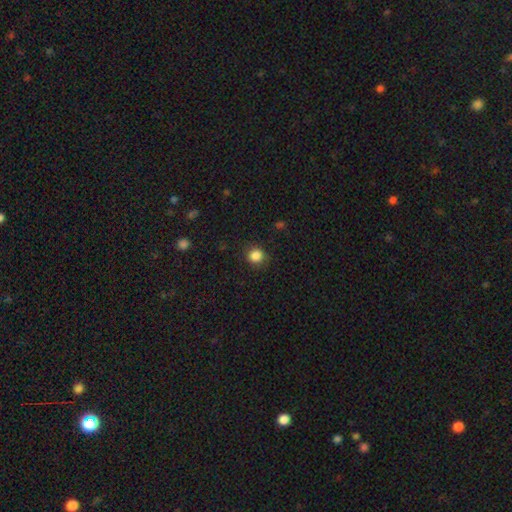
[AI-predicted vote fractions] A smooth galaxy with no disk features (86%) that is round (86%). Merging: none (85%).